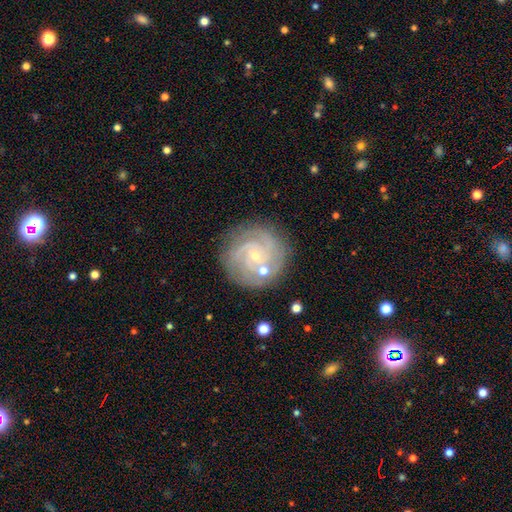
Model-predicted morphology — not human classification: Smooth or featured? Predicted: featured or disk (p=0.85). Edge-on disk? Predicted: no (p=0.98). Bar? Predicted: no (p=0.72). Spiral arms? Predicted: yes (p=0.97). Spiral winding? Predicted: tight (p=0.71). Spiral arm count? Predicted: 3 (p=0.36). Bulge size? Predicted: small (p=0.82). Merging? Predicted: none (p=0.78).